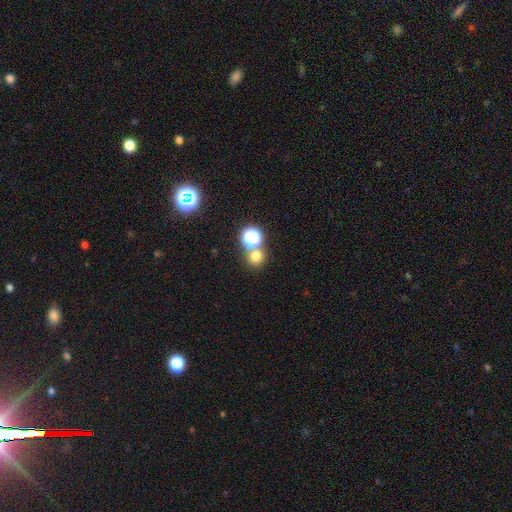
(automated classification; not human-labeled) smooth 70%, star or artifact 23%, featured or disk 7%. Down the decision tree: how rounded — round (89%); merging — none (68%).